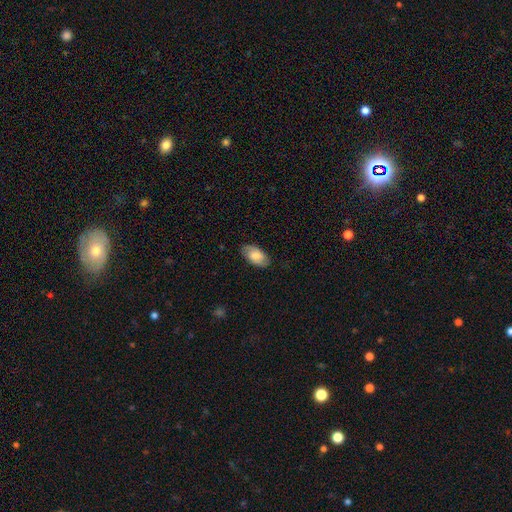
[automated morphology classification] A smooth galaxy with no disk features (65%) that is in between round and cigar-shaped (94%). Merging: none (82%).